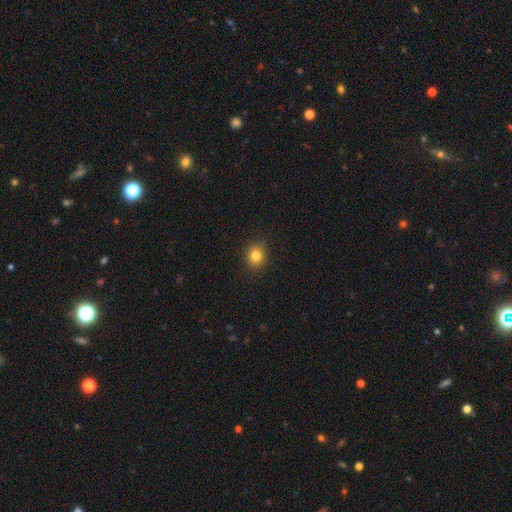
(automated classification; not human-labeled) smooth-or-featured: smooth: 83% | star or artifact: 12% | featured or disk: 6%
  how-rounded: round: 75% | in between: 24% | cigar-shaped: 1%
  merging: none: 90% | minor disturbance: 7% | major disturbance: 2% | merger: 1%